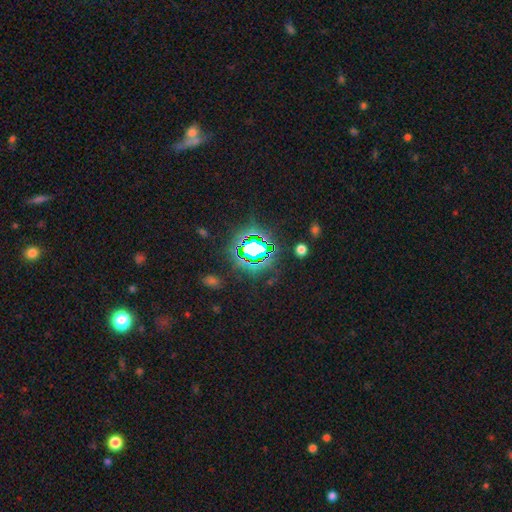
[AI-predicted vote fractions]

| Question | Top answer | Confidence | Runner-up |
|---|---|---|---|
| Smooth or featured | star or artifact | 77% | smooth (14%) |